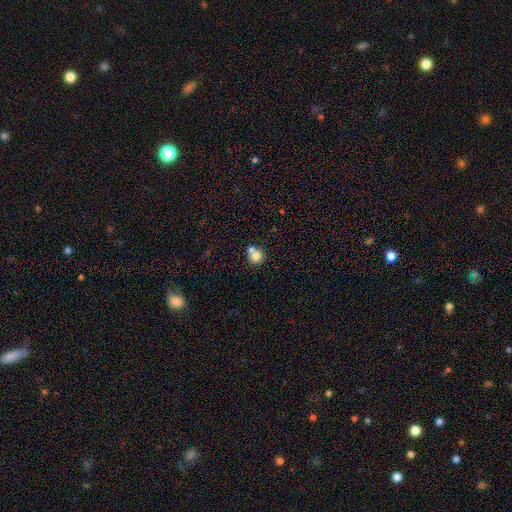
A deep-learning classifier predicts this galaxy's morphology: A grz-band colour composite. It shows a smooth galaxy with no disk features (77%) that is round (89%). Merging: none (50%).